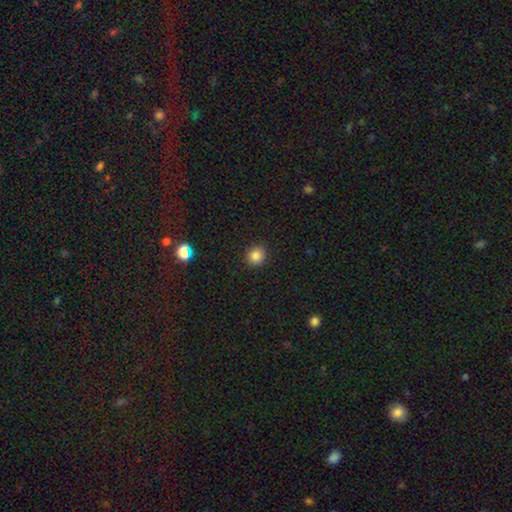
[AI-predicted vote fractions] The model was most divided on "how rounded": round: 84%, in between: 15%, cigar-shaped: 1%. More confident: merging — none (90%); smooth or featured — smooth (84%).